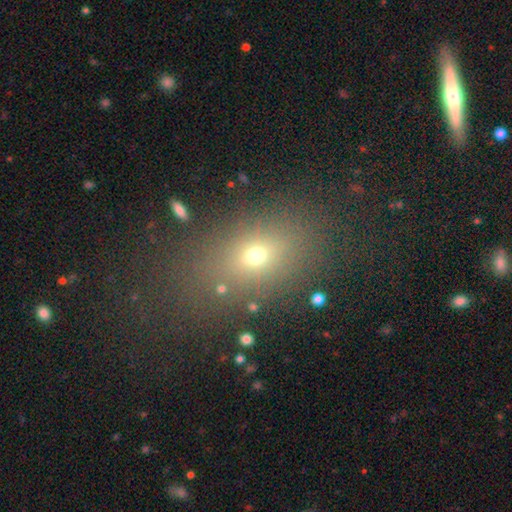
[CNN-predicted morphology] type=smooth (62%); roundness=in between (72%); merging=none (77%).